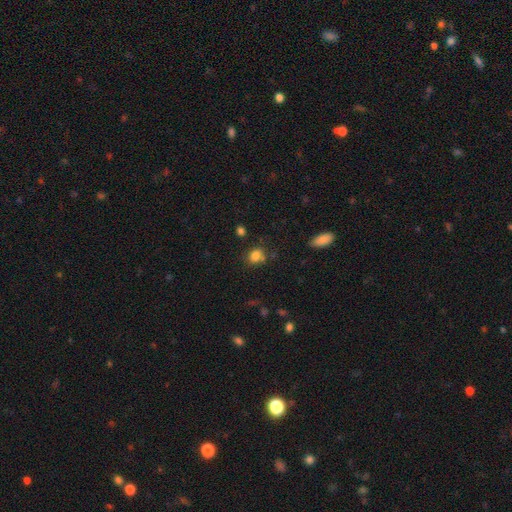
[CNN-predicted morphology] Smooth or featured?
  - smooth: 81% *
  - star or artifact: 12%
  - featured or disk: 7%
How rounded?
  - round: 51% *
  - in between: 48%
  - cigar-shaped: 1%
Merging?
  - none: 66% *
  - minor disturbance: 18%
  - merger: 10%
  - major disturbance: 6%